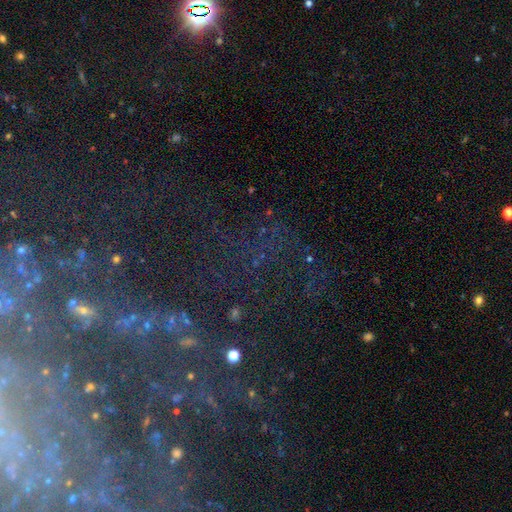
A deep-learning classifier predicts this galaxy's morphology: Smooth or featured? Predicted: star or artifact (p=0.46).